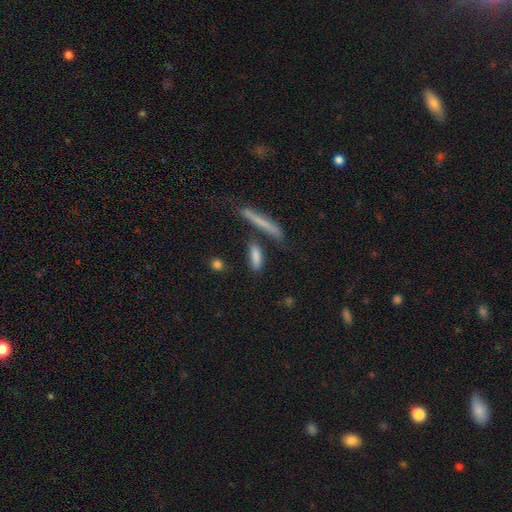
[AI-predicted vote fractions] This appears to be a smooth galaxy with no disk features (77%) that is cigar-shaped (62%). Merging: none (64%).